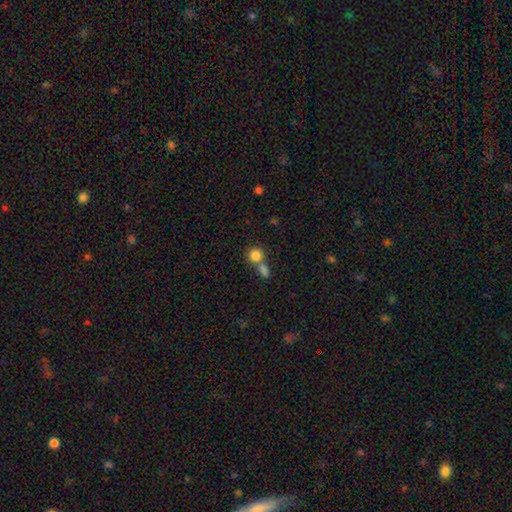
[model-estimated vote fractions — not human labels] Q: Smooth or featured?
A: smooth (83%); runner-up: star or artifact (10%)
Q: How rounded?
A: round (87%); runner-up: in between (12%)
Q: Merging?
A: none (49%); runner-up: merger (41%)